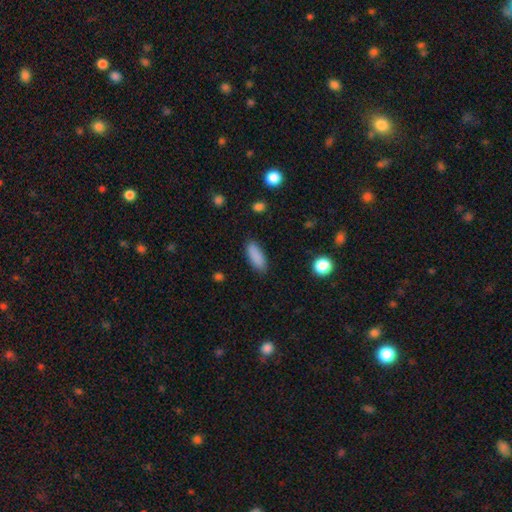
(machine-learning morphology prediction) The model was most divided on "how rounded": in between: 69%, cigar-shaped: 29%, round: 2%. More confident: smooth or featured — smooth (88%); merging — none (86%).